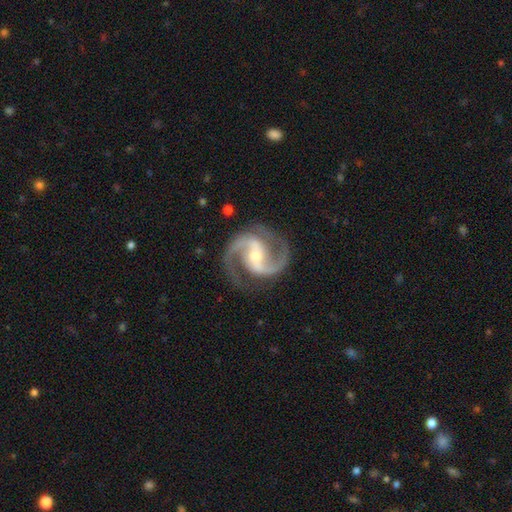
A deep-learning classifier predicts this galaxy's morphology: Q: Smooth or featured?
A: featured or disk (94%); runner-up: star or artifact (4%)
Q: Edge-on disk?
A: no (98%); runner-up: yes (2%)
Q: Bar?
A: weak (40%); runner-up: strong (35%)
Q: Spiral arms?
A: yes (99%); runner-up: no (1%)
Q: Spiral winding?
A: medium (68%); runner-up: tight (18%)
Q: Spiral arm count?
A: 2 (94%); runner-up: 3 (1%)
Q: Bulge size?
A: small (51%); runner-up: moderate (43%)
Q: Merging?
A: none (84%); runner-up: minor disturbance (11%)